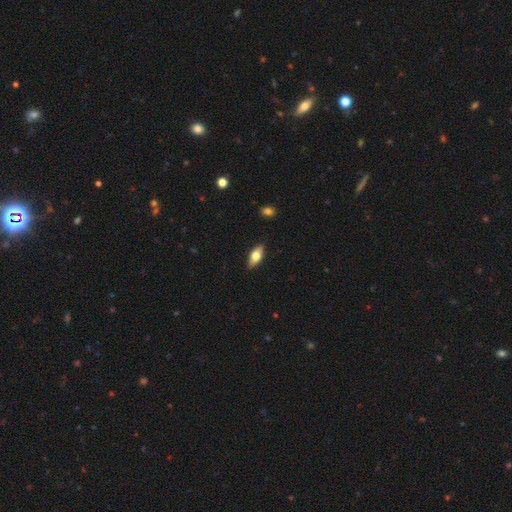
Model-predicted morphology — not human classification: Smooth or featured?
  - smooth: 59% *
  - featured or disk: 34%
  - star or artifact: 7%
How rounded?
  - in between: 76% *
  - cigar-shaped: 21%
  - round: 3%
Merging?
  - none: 88% *
  - minor disturbance: 9%
  - major disturbance: 2%
  - merger: 1%